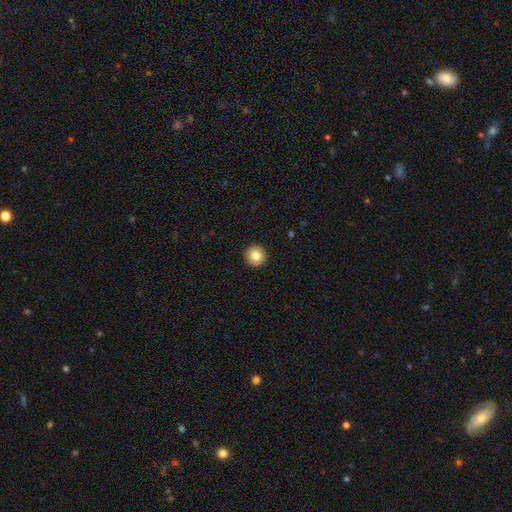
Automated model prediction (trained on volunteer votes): smooth 83%, star or artifact 9%, featured or disk 8%. Down the decision tree: how rounded — round (95%); merging — none (93%).